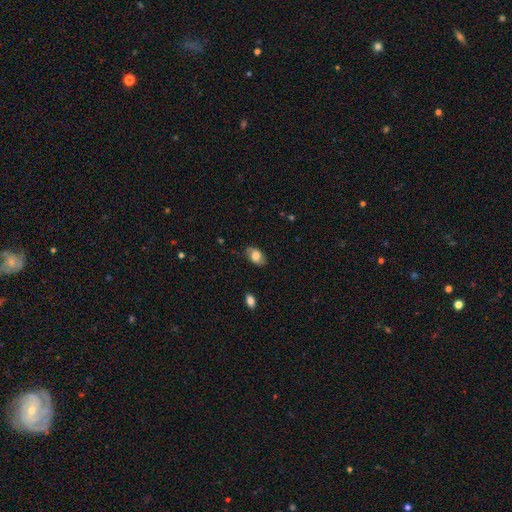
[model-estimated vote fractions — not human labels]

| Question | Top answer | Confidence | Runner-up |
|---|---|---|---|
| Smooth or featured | smooth | 68% | featured or disk (24%) |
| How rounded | in between | 88% | round (10%) |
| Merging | none | 76% | minor disturbance (19%) |